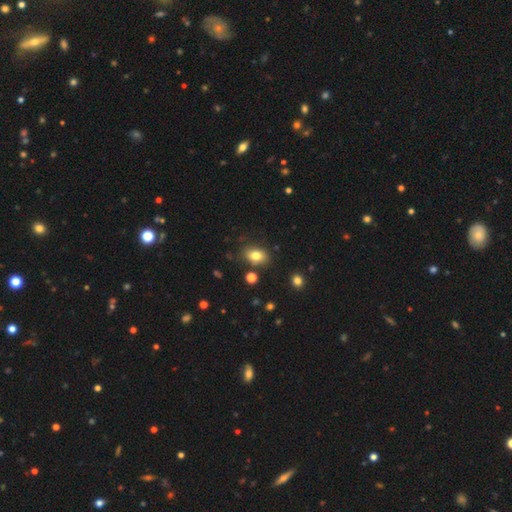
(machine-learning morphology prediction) Smooth or featured: smooth — 80% (star or artifact — 10%)
How rounded: in between — 78% (round — 21%)
Merging: none — 80% (minor disturbance — 12%)